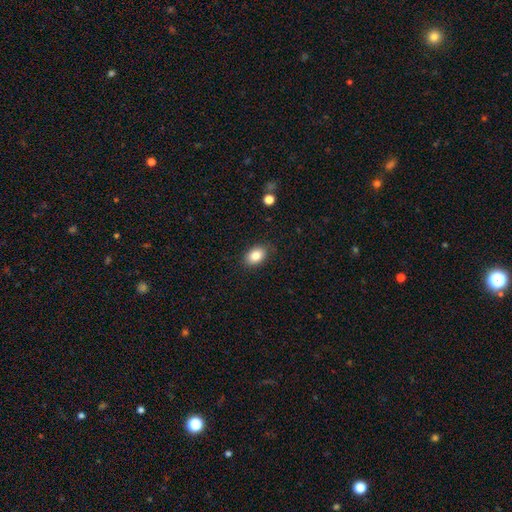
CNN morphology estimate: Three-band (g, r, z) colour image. It shows a smooth galaxy with no disk features (84%) that is in between round and cigar-shaped (83%). Merging: none (85%).